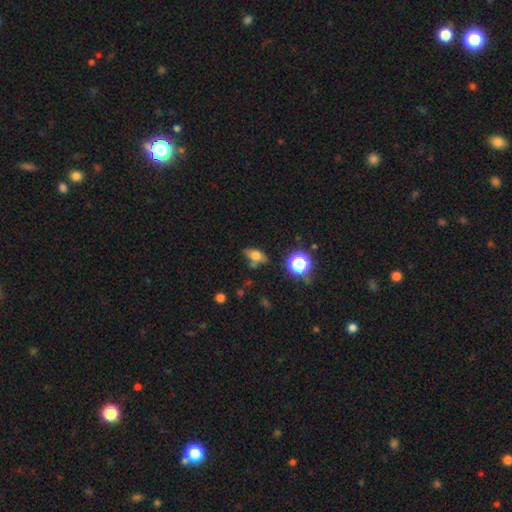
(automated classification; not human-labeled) smooth-or-featured: smooth: 66% | featured or disk: 20% | star or artifact: 14%
  how-rounded: in between: 76% | round: 16% | cigar-shaped: 8%
  merging: none: 62% | minor disturbance: 22% | merger: 9% | major disturbance: 7%